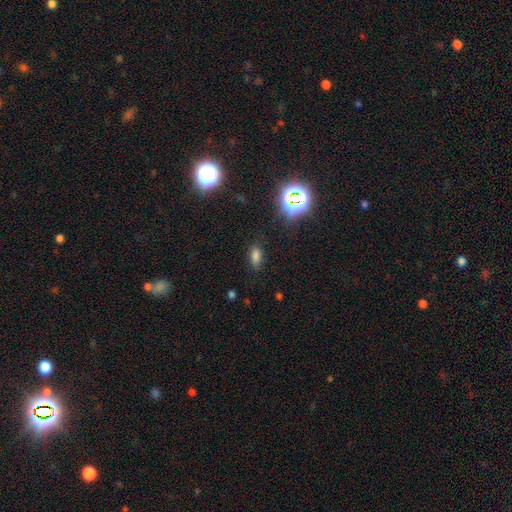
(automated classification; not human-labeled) Q: Smooth or featured?
A: smooth (71%); runner-up: star or artifact (21%)
Q: How rounded?
A: in between (81%); runner-up: cigar-shaped (12%)
Q: Merging?
A: none (77%); runner-up: minor disturbance (16%)